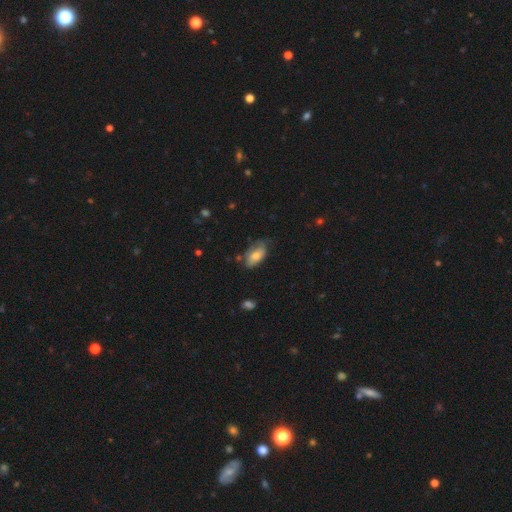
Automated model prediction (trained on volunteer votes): A smooth galaxy with no disk features (71%) that is in between round and cigar-shaped (91%).

Vote fractions:
- Smooth or featured? smooth: 71% / featured or disk: 22% / star or artifact: 7%
- How rounded? in between: 91% / cigar-shaped: 6% / round: 3%
- Merging? none: 55% / minor disturbance: 33% / major disturbance: 9% / merger: 3%